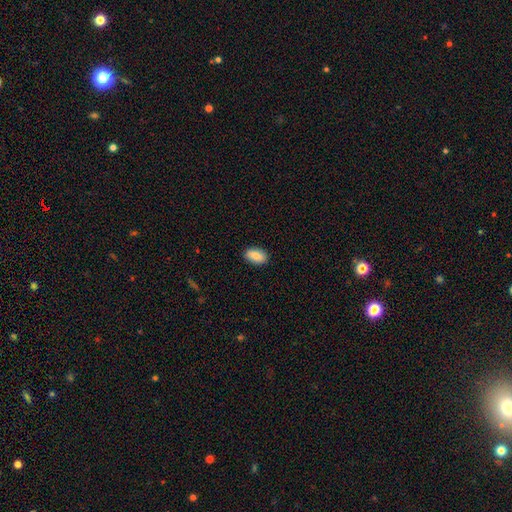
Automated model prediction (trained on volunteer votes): Smooth or featured? smooth (86%)
How rounded? in between (92%)
Merging? none (89%)